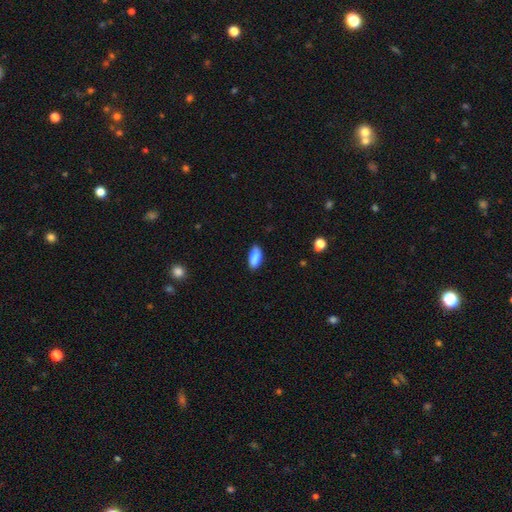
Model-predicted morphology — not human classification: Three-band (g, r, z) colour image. It shows a smooth galaxy with no disk features (87%) that is in between round and cigar-shaped (86%). Merging: none (82%).